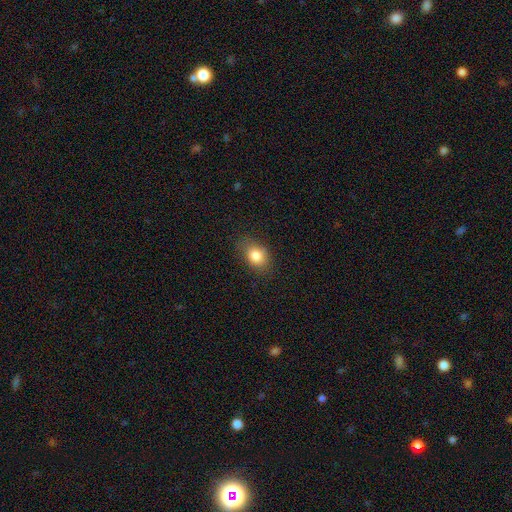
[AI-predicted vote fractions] This is clearly a smooth galaxy (82%). How rounded: likely in between (69%). Merging: likely none (77%).